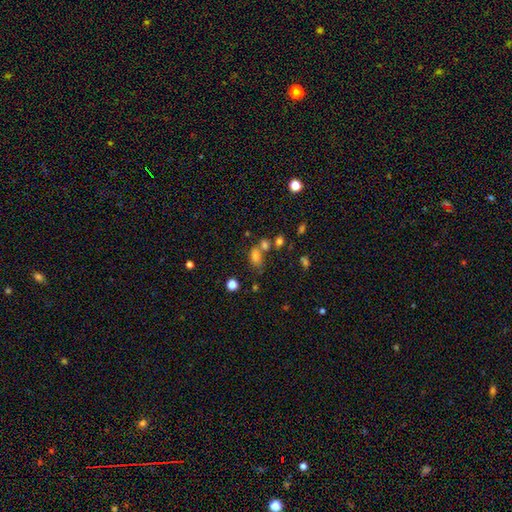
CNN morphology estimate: This is likely a smooth galaxy (70%). How rounded: likely in between (78%). Merging: possibly none (48%).